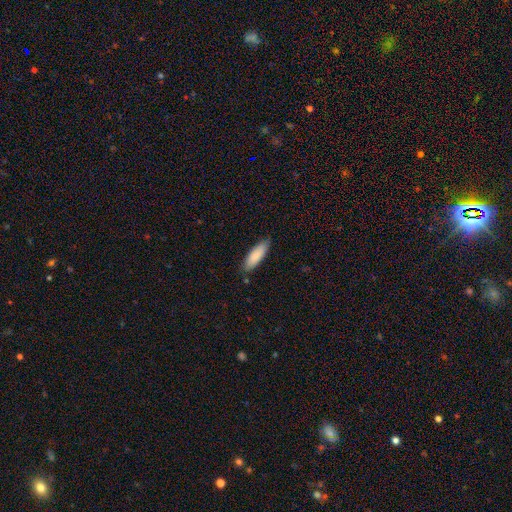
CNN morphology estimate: Smooth or featured: smooth — 87% (featured or disk — 7%)
How rounded: in between — 51% (cigar-shaped — 47%)
Merging: none — 84% (minor disturbance — 13%)